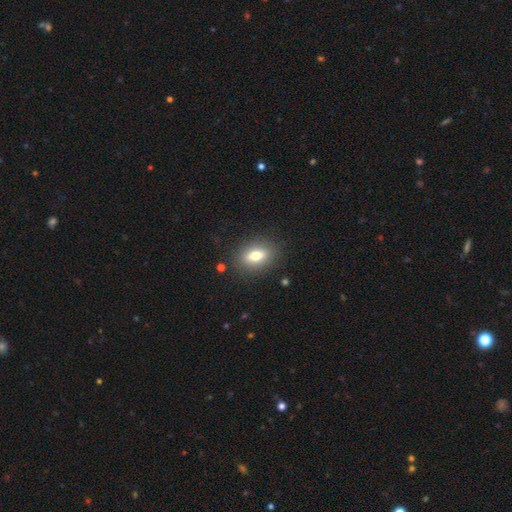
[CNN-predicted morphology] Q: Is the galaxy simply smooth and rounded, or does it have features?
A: smooth — 69%.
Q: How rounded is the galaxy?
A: in between — 76%.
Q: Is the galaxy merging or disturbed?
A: none — 86%.